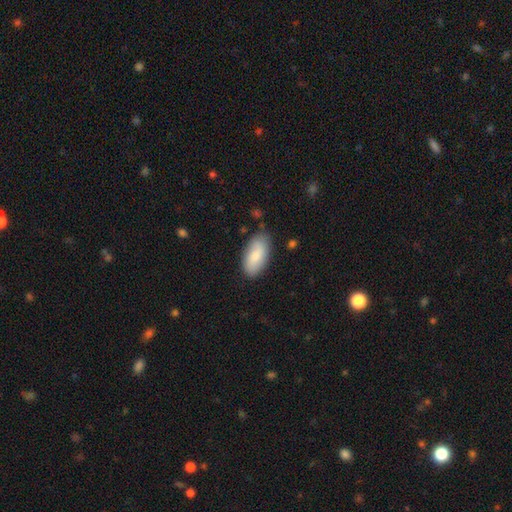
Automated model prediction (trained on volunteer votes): The model was most divided on "merging": none: 79%, minor disturbance: 16%, major disturbance: 3%, merger: 2%. More confident: how rounded — in between (93%); smooth or featured — smooth (80%).